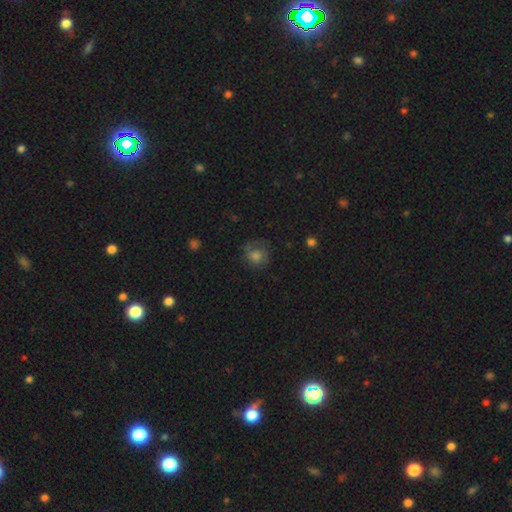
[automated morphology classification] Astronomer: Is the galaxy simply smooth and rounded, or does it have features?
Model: smooth — 67%.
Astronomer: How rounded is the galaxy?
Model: round — 80%.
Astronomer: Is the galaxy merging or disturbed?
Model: none — 61%.